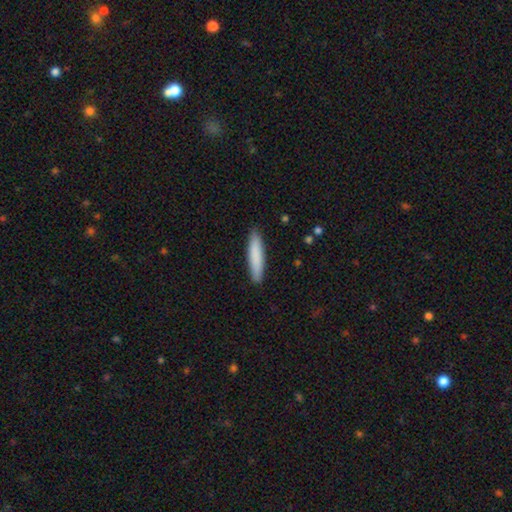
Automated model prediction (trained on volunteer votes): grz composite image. It shows a smooth galaxy with no disk features (84%) that is cigar-shaped (87%). Merging: none (90%).